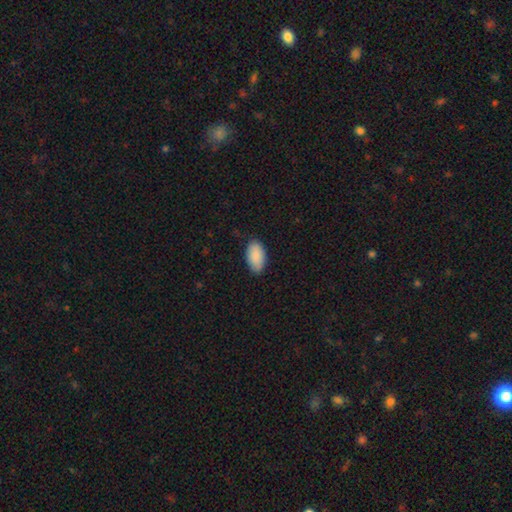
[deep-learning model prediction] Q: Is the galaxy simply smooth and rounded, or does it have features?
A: smooth — 90%.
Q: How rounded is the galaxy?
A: in between — 95%.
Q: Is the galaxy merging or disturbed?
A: none — 84%.